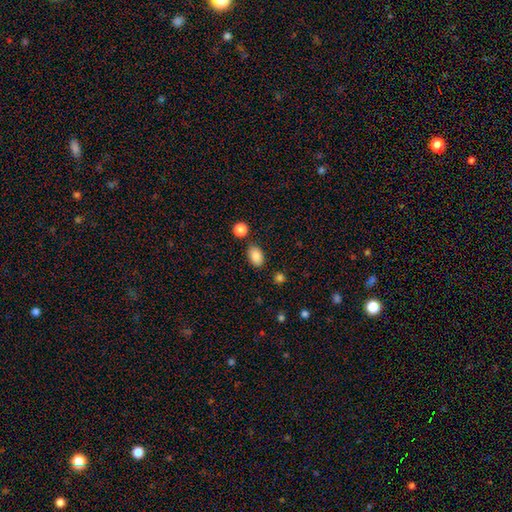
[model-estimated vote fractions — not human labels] Smooth or featured? smooth (88%)
How rounded? in between (89%)
Merging? none (82%)